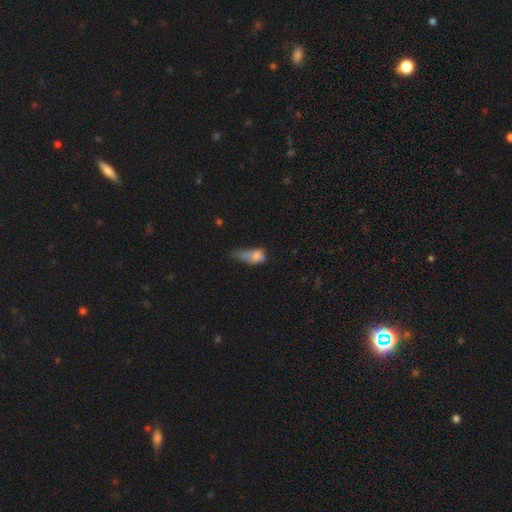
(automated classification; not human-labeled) Smooth or featured: smooth — 69% (featured or disk — 19%)
How rounded: in between — 72% (round — 15%)
Merging: major disturbance — 46% (minor disturbance — 28%)